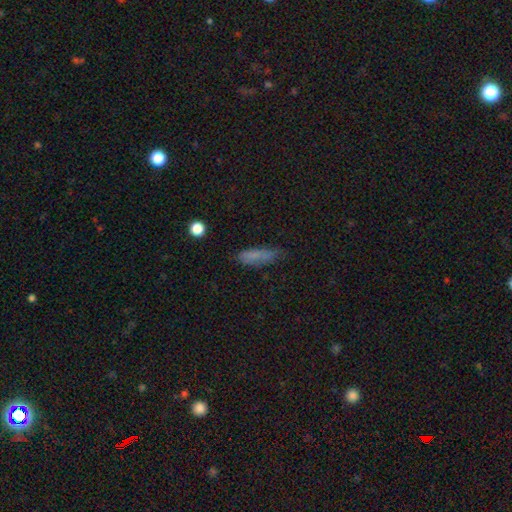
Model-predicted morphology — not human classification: This appears to be a smooth galaxy with no disk features (74%) that is cigar-shaped (57%). Merging: none (64%).